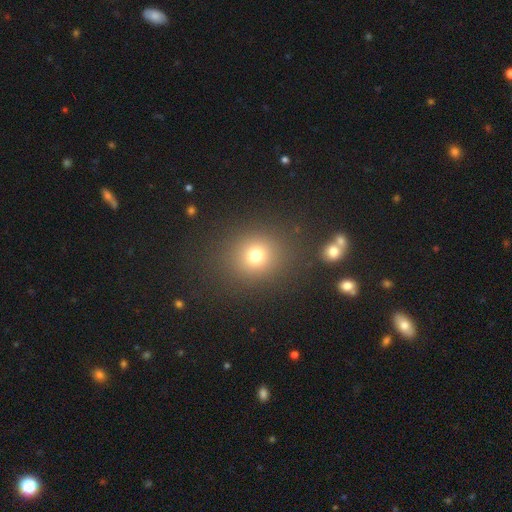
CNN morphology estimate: A smooth galaxy with no disk features (74%) that is round (80%). Merging: none (84%).